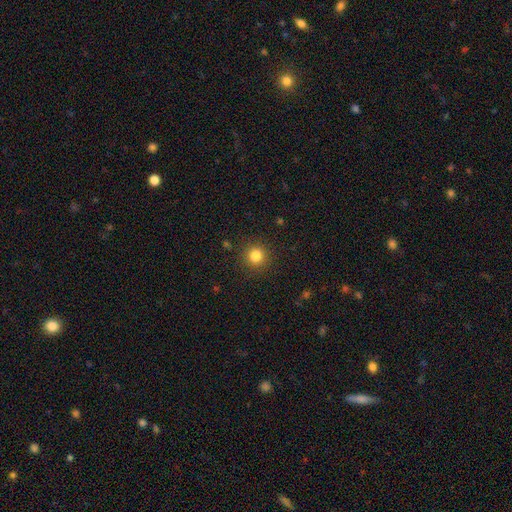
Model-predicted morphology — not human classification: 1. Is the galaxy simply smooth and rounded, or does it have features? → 83% smooth, 12% star or artifact, 5% featured or disk.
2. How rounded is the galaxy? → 94% round, 5% in between, 1% cigar-shaped.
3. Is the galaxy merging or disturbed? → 90% none, 6% minor disturbance, 2% major disturbance, 1% merger.